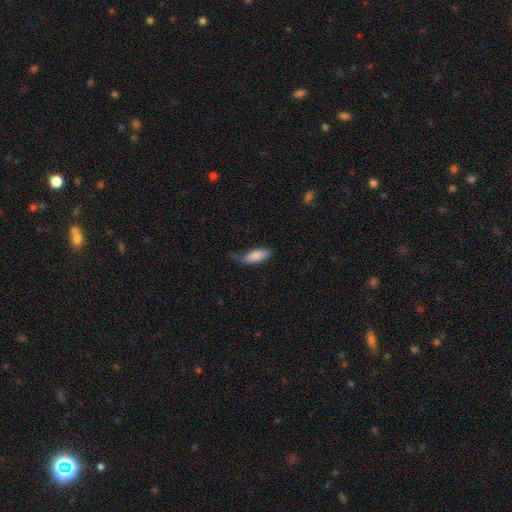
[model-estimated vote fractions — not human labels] This is clearly a smooth galaxy (85%). How rounded: likely in between (74%). Merging: possibly none (54%).